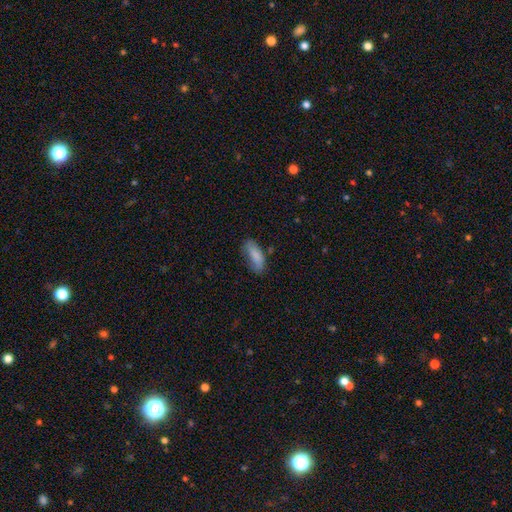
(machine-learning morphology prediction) Smooth or featured: smooth — 83% (featured or disk — 9%)
How rounded: in between — 74% (cigar-shaped — 24%)
Merging: none — 61% (minor disturbance — 28%)